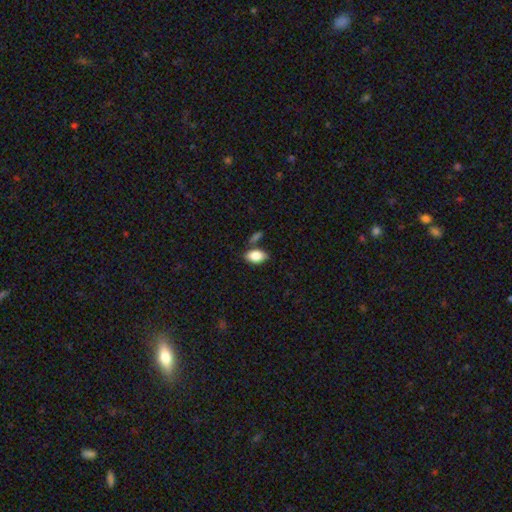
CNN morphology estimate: Smooth or featured?
  - smooth: 84% *
  - featured or disk: 9%
  - star or artifact: 7%
How rounded?
  - in between: 92% *
  - round: 6%
  - cigar-shaped: 3%
Merging?
  - none: 72% *
  - minor disturbance: 14%
  - merger: 10%
  - major disturbance: 4%